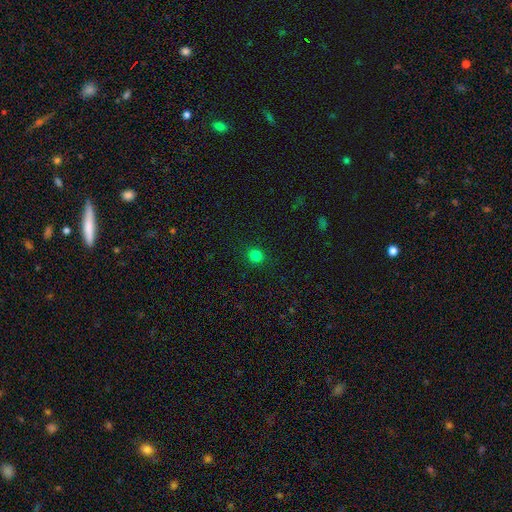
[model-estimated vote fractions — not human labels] Overall: smooth (82%). How rounded: round (87%). Merging: none (91%).